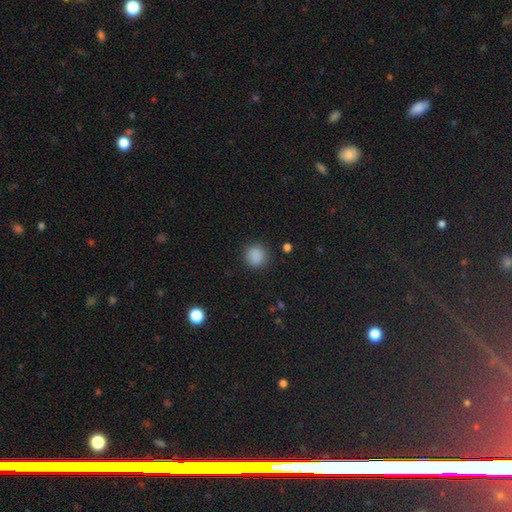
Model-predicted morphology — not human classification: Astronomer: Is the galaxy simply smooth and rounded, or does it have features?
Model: smooth — 87%.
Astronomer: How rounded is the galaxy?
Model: round — 92%.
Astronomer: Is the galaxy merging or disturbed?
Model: none — 89%.